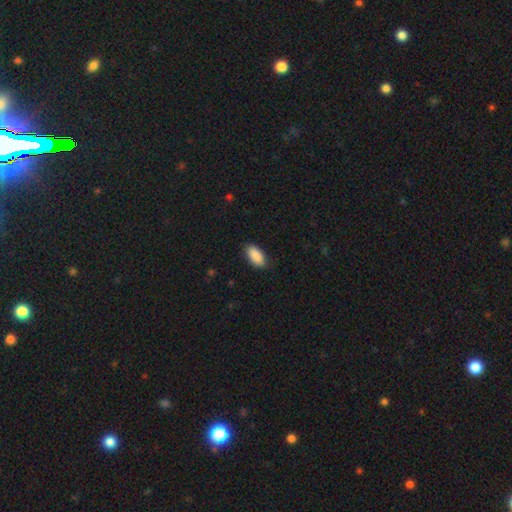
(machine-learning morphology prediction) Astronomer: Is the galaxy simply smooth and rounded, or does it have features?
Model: smooth — 90%.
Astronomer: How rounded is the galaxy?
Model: in between — 92%.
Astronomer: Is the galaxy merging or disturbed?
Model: none — 87%.